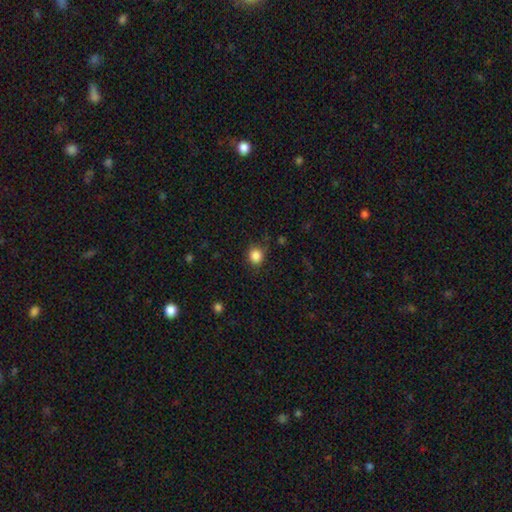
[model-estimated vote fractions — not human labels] Q: Smooth or featured?
A: smooth (85%); runner-up: star or artifact (11%)
Q: How rounded?
A: round (86%); runner-up: in between (13%)
Q: Merging?
A: none (83%); runner-up: minor disturbance (12%)